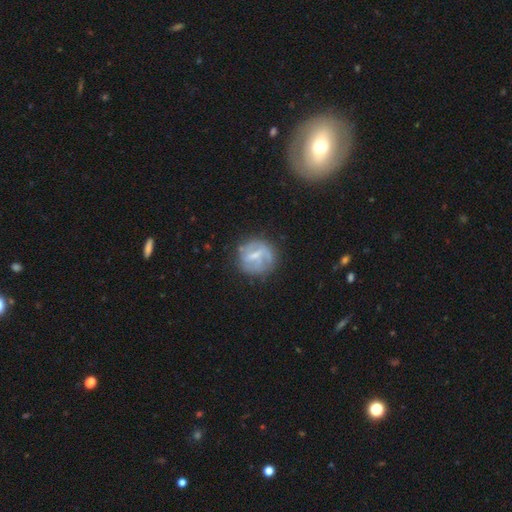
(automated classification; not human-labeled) Smooth or featured? Predicted: featured or disk (p=0.65). Edge-on disk? Predicted: no (p=0.97). Bar? Predicted: weak (p=0.50). Spiral arms? Predicted: yes (p=0.71). Bulge size? Predicted: small (p=0.47). Merging? Predicted: none (p=0.68).